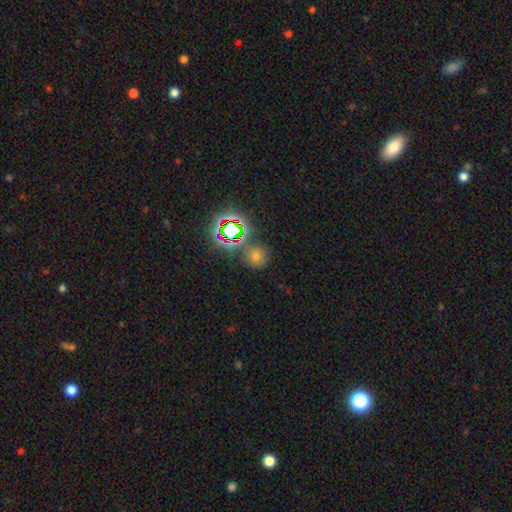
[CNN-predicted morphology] This appears to be a star or artifact, not a galaxy (45%, tied with smooth).